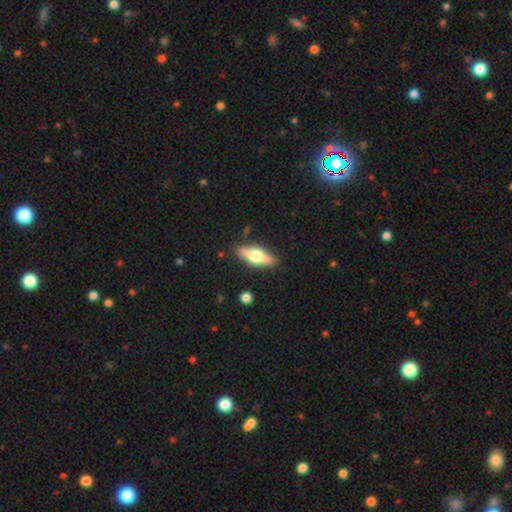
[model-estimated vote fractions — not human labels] Smooth or featured: featured or disk — 52% (smooth — 42%)
Edge-on disk: yes — 91% (no — 9%)
Merging: none — 87% (minor disturbance — 10%)